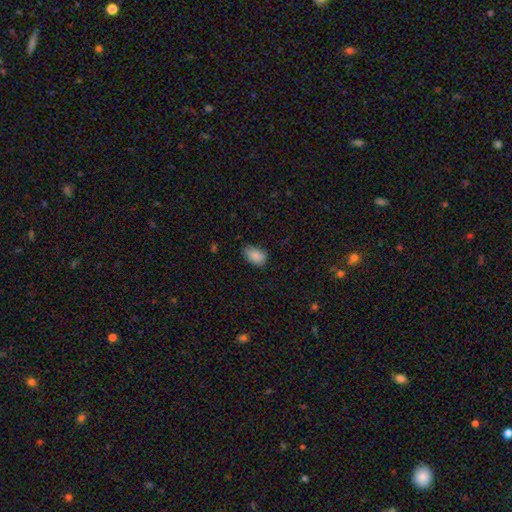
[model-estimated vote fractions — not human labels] smooth_or_featured: smooth (p=0.86) [alt: star or artifact p=0.08]
how_rounded: in between (p=0.89) [alt: round p=0.10]
merging: none (p=0.78) [alt: minor disturbance p=0.19]